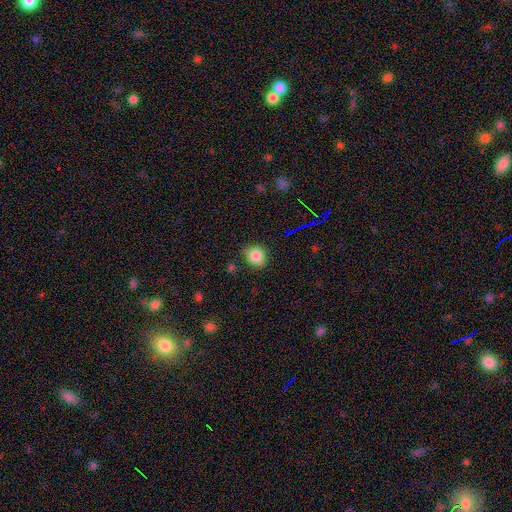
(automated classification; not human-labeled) Smooth or featured: smooth — 80% (star or artifact — 12%)
How rounded: round — 73% (in between — 26%)
Merging: none — 75% (minor disturbance — 19%)